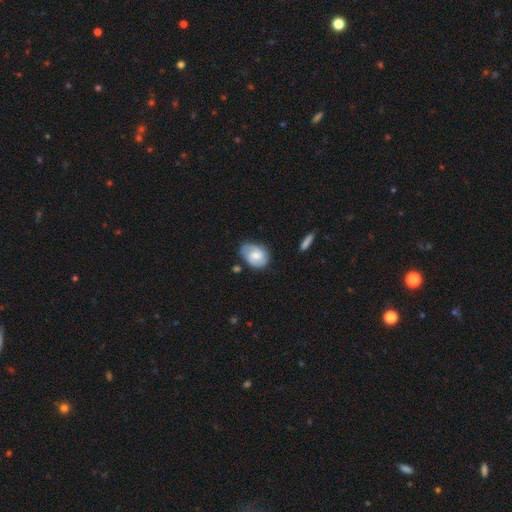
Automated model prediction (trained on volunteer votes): Smooth or featured? Predicted: featured or disk (p=0.52). Edge-on disk? Predicted: no (p=0.96). Bar? Predicted: no (p=0.57). Spiral arms? Predicted: yes (p=0.85). Bulge size? Predicted: moderate (p=0.51). Merging? Predicted: none (p=0.62).